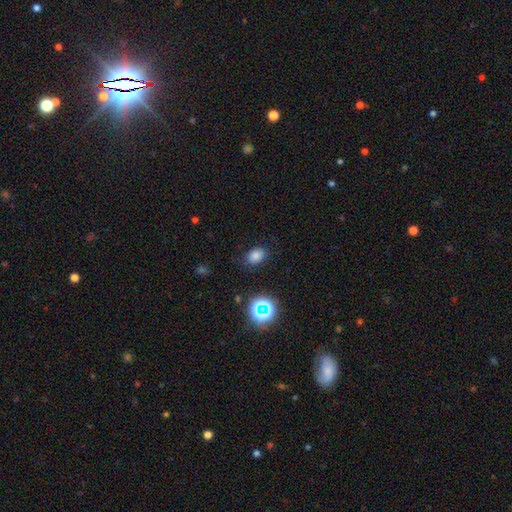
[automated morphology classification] smooth-or-featured: smooth: 77% | star or artifact: 17% | featured or disk: 6%
  how-rounded: in between: 72% | round: 27% | cigar-shaped: 1%
  merging: none: 81% | minor disturbance: 13% | major disturbance: 4% | merger: 1%